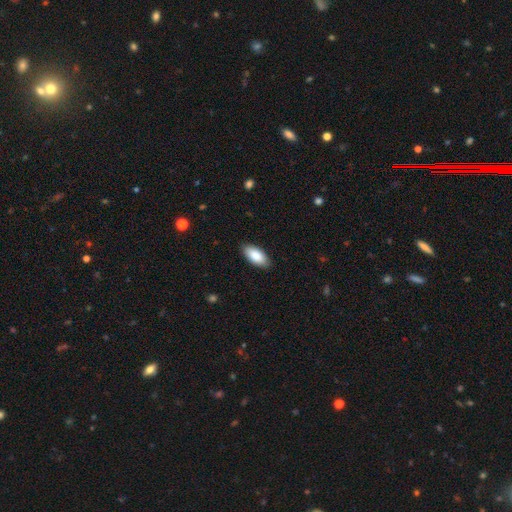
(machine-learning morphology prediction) Smooth or featured? Predicted: smooth (p=0.86). How rounded? Predicted: in between (p=0.91). Merging? Predicted: none (p=0.88).